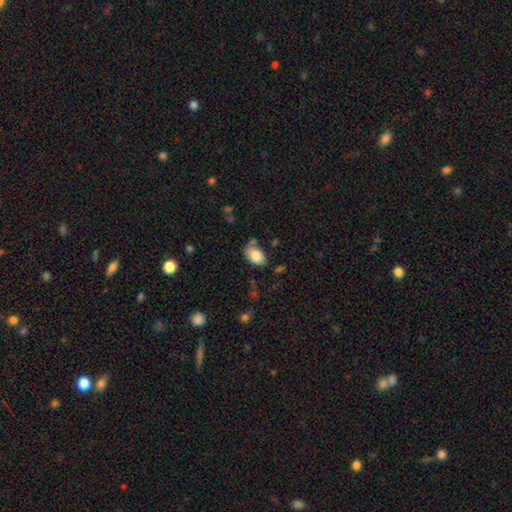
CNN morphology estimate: Overall: smooth (83%). How rounded: in between (86%). Merging: none (68%).